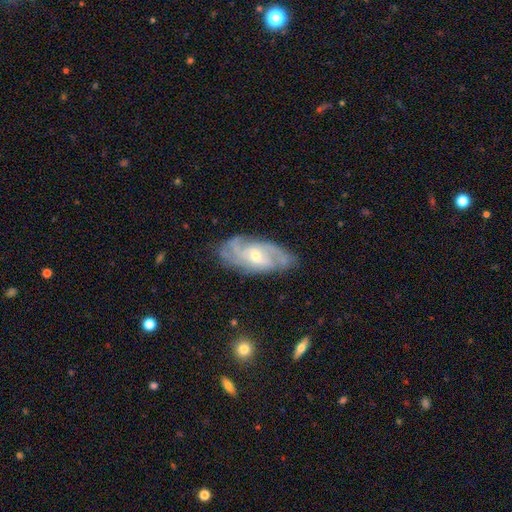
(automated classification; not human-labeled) A featured or disk galaxy (84%) with no bar (52%), 3 (28%) tight (51%) spiral arms (95%) and a small central bulge (59%). Merging: none (76%).